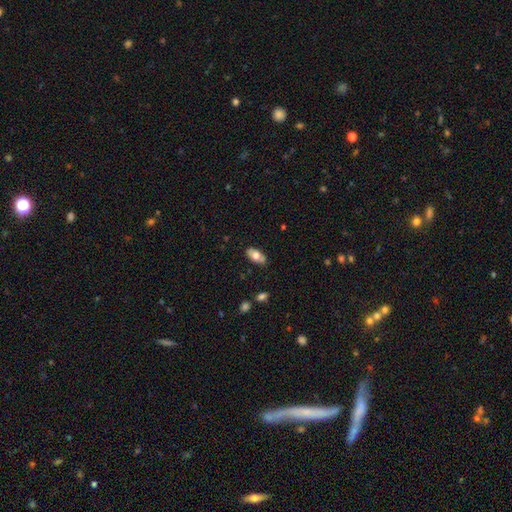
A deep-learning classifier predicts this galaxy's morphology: smooth_or_featured: smooth (p=0.67) [alt: featured or disk p=0.26]
how_rounded: in between (p=0.92) [alt: cigar-shaped p=0.04]
merging: none (p=0.79) [alt: minor disturbance p=0.15]